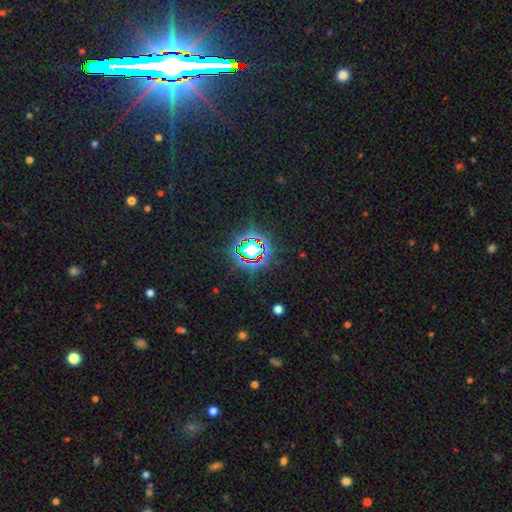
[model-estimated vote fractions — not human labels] The model was most divided on "smooth or featured": star or artifact: 74%, smooth: 17%, featured or disk: 10%.